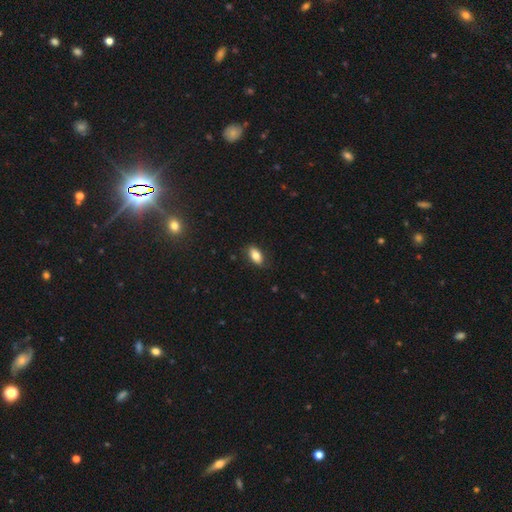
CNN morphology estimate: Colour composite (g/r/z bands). It shows a smooth galaxy with no disk features (79%) that is in between round and cigar-shaped (90%). Merging: none (84%).